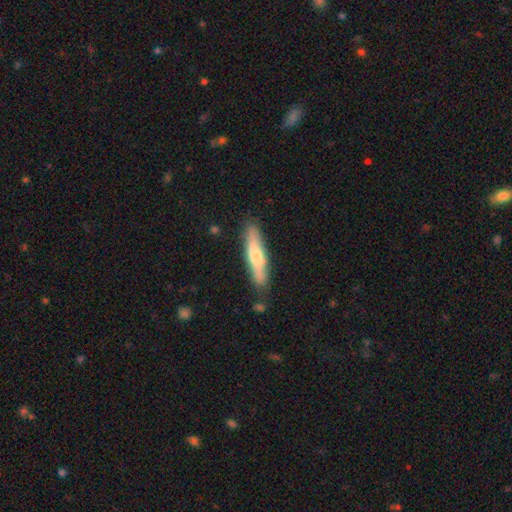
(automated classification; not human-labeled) The model was most divided on "smooth or featured": smooth: 54%, featured or disk: 40%, star or artifact: 7%. More confident: how rounded — cigar-shaped (87%); merging — none (84%).